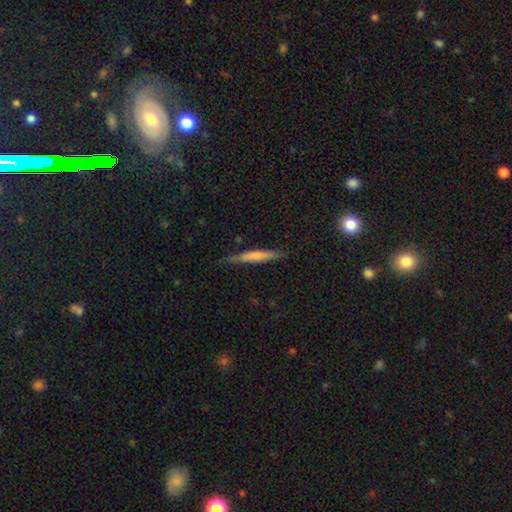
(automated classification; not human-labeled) This appears to be a smooth galaxy with no disk features (59%) that is cigar-shaped (93%). Merging: none (79%).